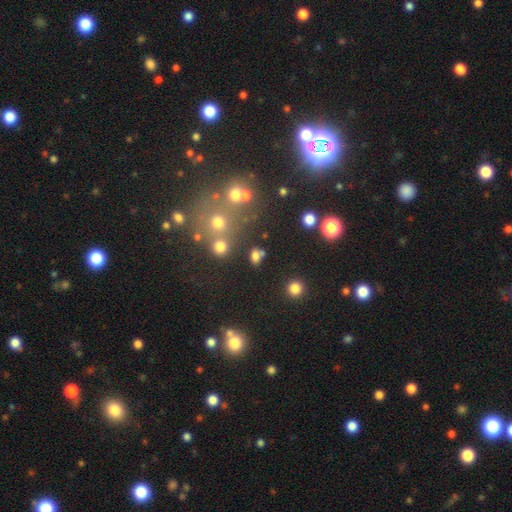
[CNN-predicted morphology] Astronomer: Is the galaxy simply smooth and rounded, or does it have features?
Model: smooth — 73%.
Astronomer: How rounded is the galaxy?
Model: in between — 67%.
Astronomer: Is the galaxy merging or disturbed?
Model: none — 66%.